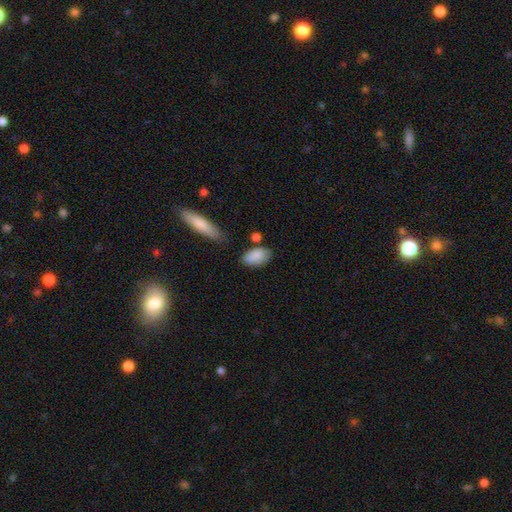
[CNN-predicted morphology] This appears to be a smooth galaxy with no disk features (86%) that is in between round and cigar-shaped (93%). Merging: none (68%).